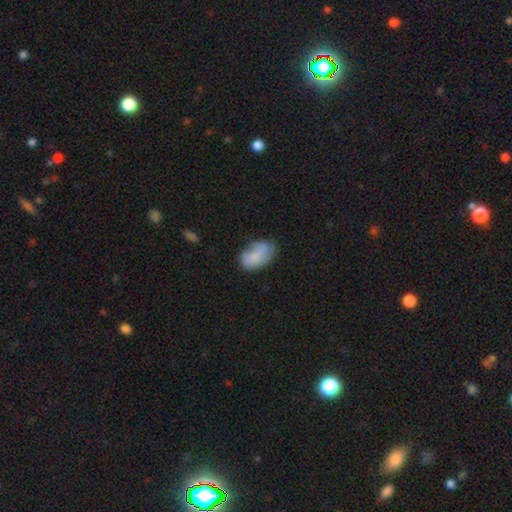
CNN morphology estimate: Q: Smooth or featured?
A: smooth (77%); runner-up: featured or disk (15%)
Q: How rounded?
A: in between (91%); runner-up: round (7%)
Q: Merging?
A: none (48%); runner-up: minor disturbance (35%)